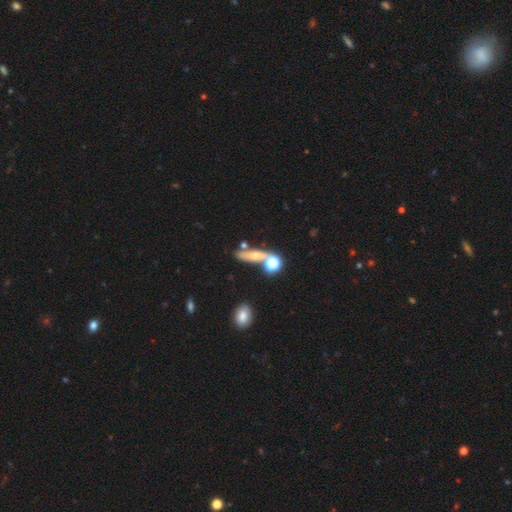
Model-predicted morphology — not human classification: smooth 53%, featured or disk 31%, star or artifact 16%. Down the decision tree: how rounded — cigar-shaped (53%); merging — none (60%).